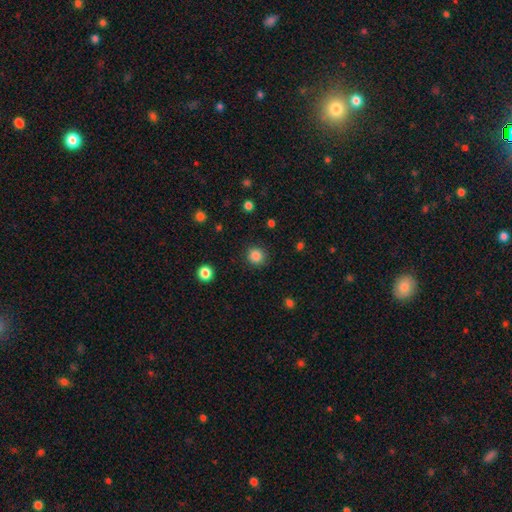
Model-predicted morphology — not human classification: smooth_or_featured: smooth (p=0.85) [alt: star or artifact p=0.11]
how_rounded: round (p=0.93) [alt: in between p=0.06]
merging: none (p=0.90) [alt: minor disturbance p=0.06]